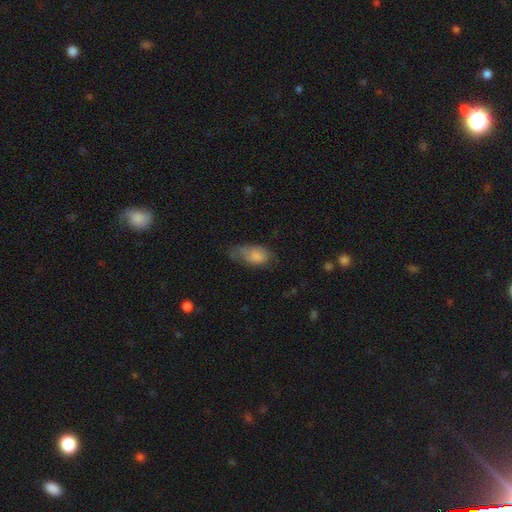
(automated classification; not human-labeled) Smooth or featured: smooth — 76% (featured or disk — 16%)
How rounded: in between — 91% (round — 5%)
Merging: none — 37% (minor disturbance — 36%)